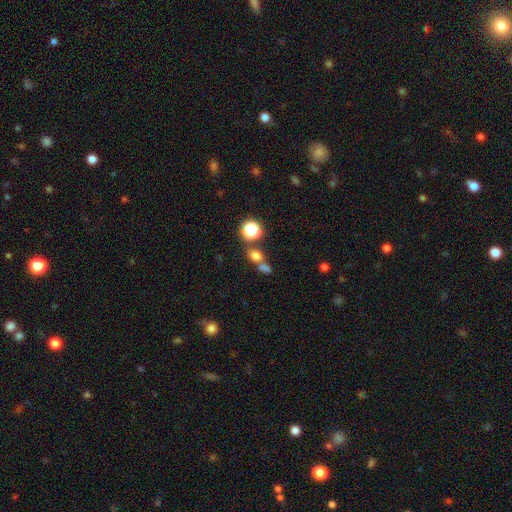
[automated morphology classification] This appears to be a smooth galaxy with no disk features (70%) that is round (54%). Merging: none (48%).